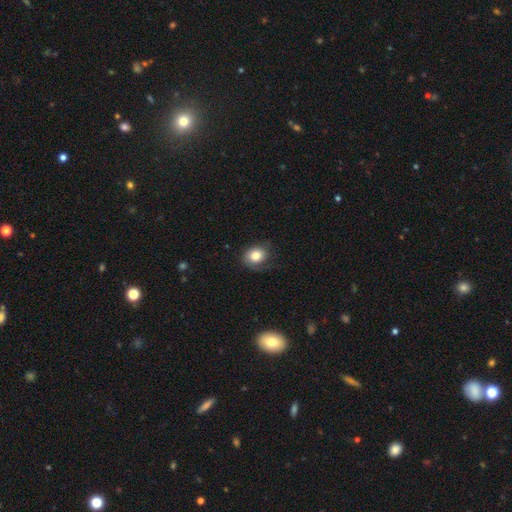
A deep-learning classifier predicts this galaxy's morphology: This is likely a smooth galaxy (80%). How rounded: likely round (61%). Merging: likely none (68%).